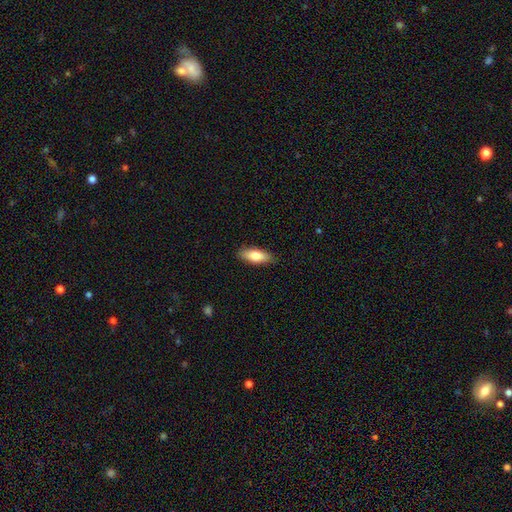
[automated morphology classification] Q: Smooth or featured?
A: smooth (76%); runner-up: featured or disk (18%)
Q: How rounded?
A: in between (70%); runner-up: cigar-shaped (28%)
Q: Merging?
A: none (86%); runner-up: minor disturbance (11%)